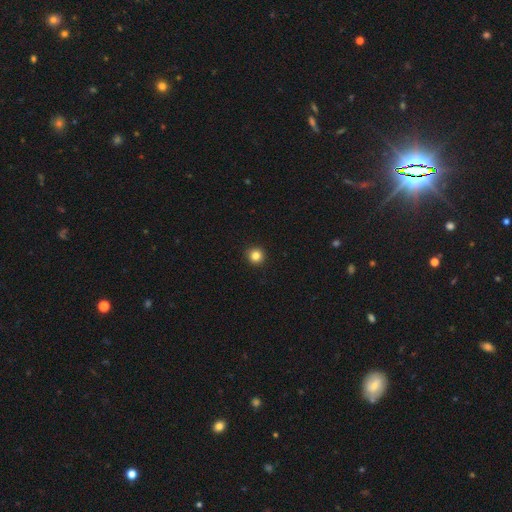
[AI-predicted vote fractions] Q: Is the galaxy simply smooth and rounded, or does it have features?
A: smooth — 84%.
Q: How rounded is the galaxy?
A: round — 96%.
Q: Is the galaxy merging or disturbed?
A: none — 94%.